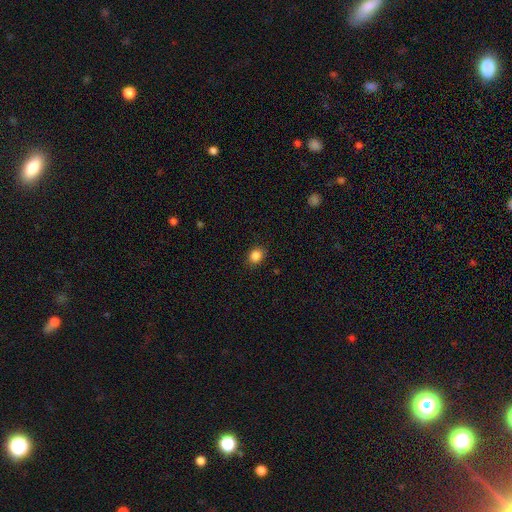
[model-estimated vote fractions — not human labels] Smooth or featured? smooth (86%)
How rounded? round (54%)
Merging? none (87%)